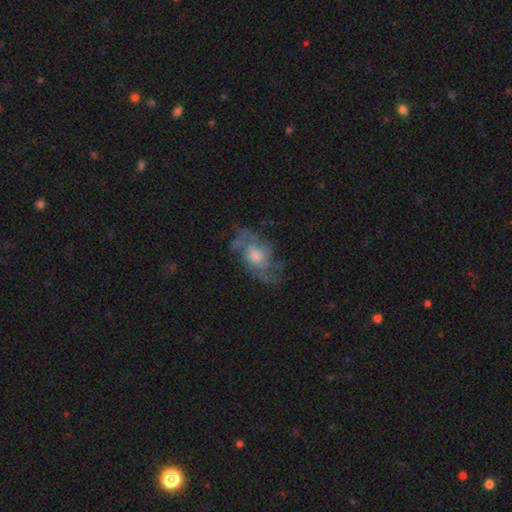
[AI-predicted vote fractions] smooth-or-featured: featured or disk: 73% | smooth: 20% | star or artifact: 8%
  disk-edge-on: no: 95% | yes: 5%
    bar: no: 72% | weak: 24% | strong: 4%
    has-spiral-arms: yes: 82% | no: 18%
      spiral-winding: medium: 47% | tight: 32% | loose: 21%
      spiral-arm-count: 2: 39% | can't tell: 33% | 3: 14% | 4: 5% | 1: 4% | more than 4: 4%
    bulge-size: moderate: 55% | small: 23% | large: 16% | none: 5% | dominant: 2%
  merging: none: 62% | minor disturbance: 21% | major disturbance: 14% | merger: 2%